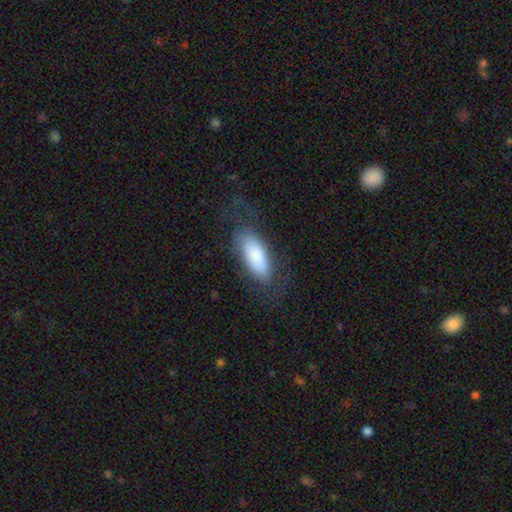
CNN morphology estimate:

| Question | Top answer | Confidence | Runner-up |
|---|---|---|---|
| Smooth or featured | smooth | 74% | featured or disk (19%) |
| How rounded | in between | 83% | cigar-shaped (15%) |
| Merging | none | 67% | minor disturbance (19%) |